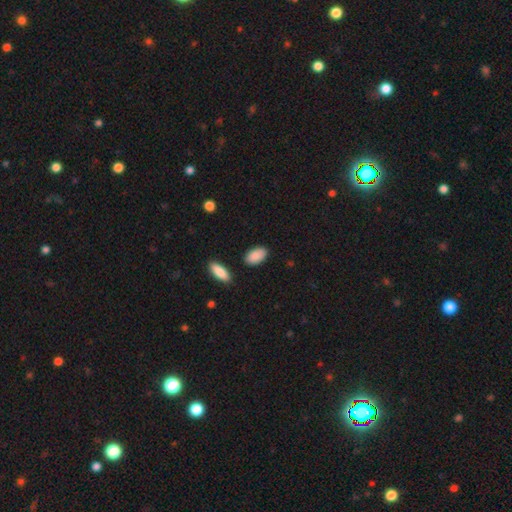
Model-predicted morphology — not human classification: Q: Smooth or featured?
A: smooth (89%); runner-up: star or artifact (6%)
Q: How rounded?
A: in between (94%); runner-up: round (4%)
Q: Merging?
A: none (84%); runner-up: minor disturbance (10%)